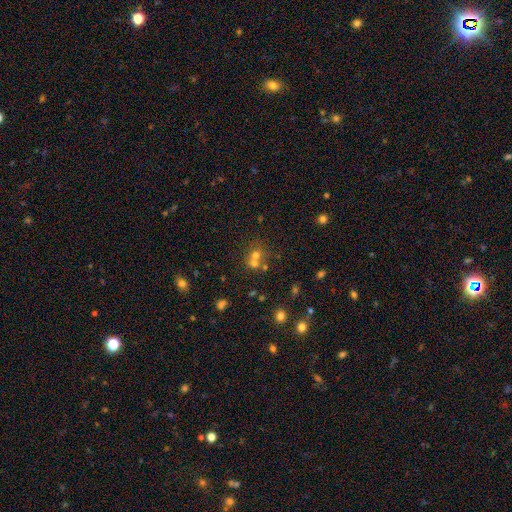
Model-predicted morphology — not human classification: smooth-or-featured: smooth: 61% | star or artifact: 21% | featured or disk: 18%
  how-rounded: round: 81% | in between: 18% | cigar-shaped: 1%
  merging: merger: 50% | none: 41% | minor disturbance: 6% | major disturbance: 3%